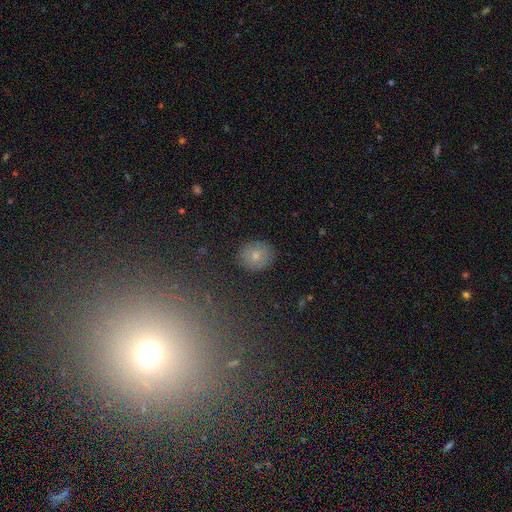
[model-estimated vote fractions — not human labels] Smooth or featured: smooth — 74% (featured or disk — 15%)
How rounded: round — 75% (in between — 24%)
Merging: none — 86% (minor disturbance — 10%)